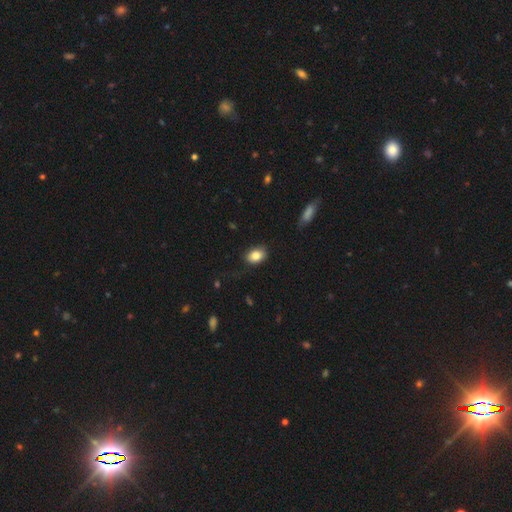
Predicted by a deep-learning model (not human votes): smooth-or-featured: smooth: 84% | star or artifact: 8% | featured or disk: 7%
  how-rounded: in between: 77% | round: 22% | cigar-shaped: 1%
  merging: none: 79% | minor disturbance: 16% | major disturbance: 4% | merger: 1%